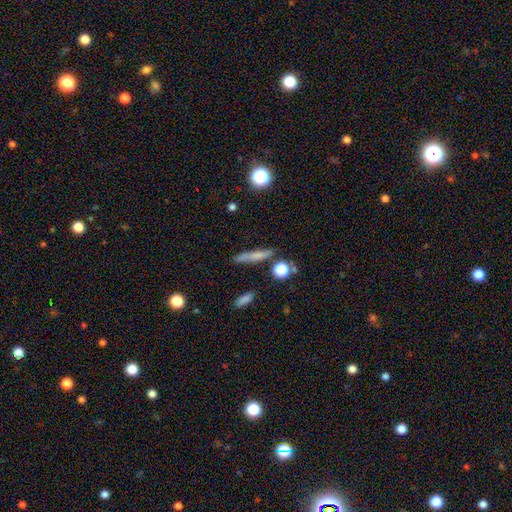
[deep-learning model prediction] smooth-or-featured: smooth: 62% | featured or disk: 27% | star or artifact: 11%
  how-rounded: cigar-shaped: 81% | in between: 12% | round: 7%
  merging: none: 76% | minor disturbance: 14% | merger: 5% | major disturbance: 4%